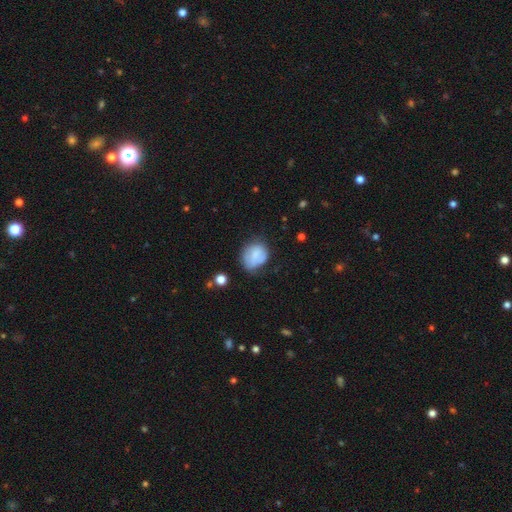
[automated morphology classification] Smooth or featured?
  - smooth: 72% *
  - featured or disk: 19%
  - star or artifact: 8%
How rounded?
  - round: 55% *
  - in between: 44%
  - cigar-shaped: 1%
Merging?
  - none: 48% *
  - minor disturbance: 36%
  - major disturbance: 13%
  - merger: 3%